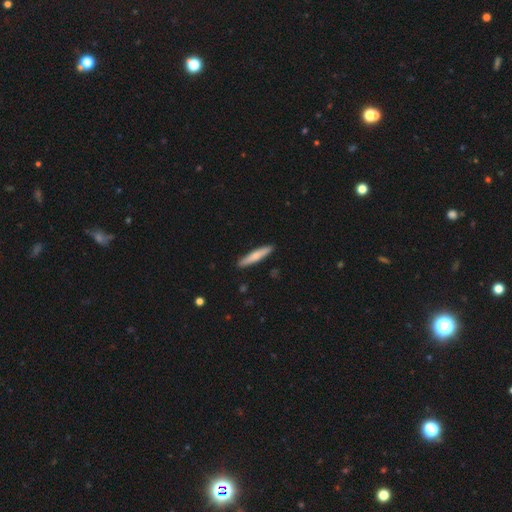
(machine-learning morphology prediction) Overall: smooth (70%). How rounded: cigar-shaped (92%). Merging: none (91%).